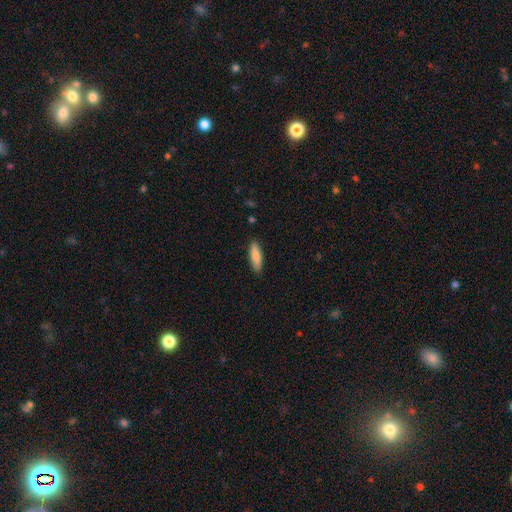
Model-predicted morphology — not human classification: A smooth galaxy with no disk features (85%) that is cigar-shaped (57%). Merging: none (88%).